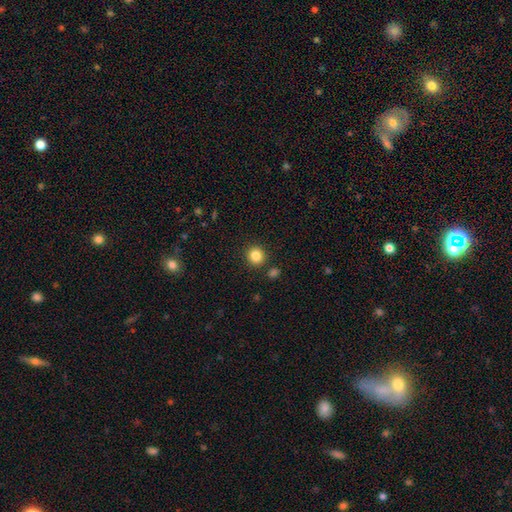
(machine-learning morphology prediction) Overall: smooth (85%). How rounded: round (91%). Merging: none (88%).